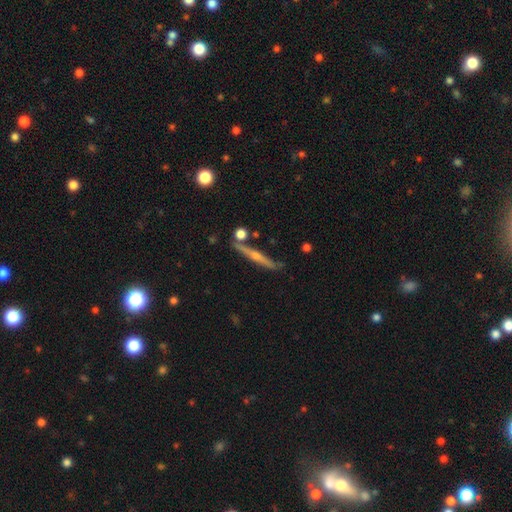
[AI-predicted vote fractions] Smooth or featured: featured or disk — 72% (smooth — 21%)
Edge-on disk: yes — 96% (no — 4%)
Edge-on bulge: rounded — 80% (none — 15%)
Merging: none — 80% (minor disturbance — 11%)